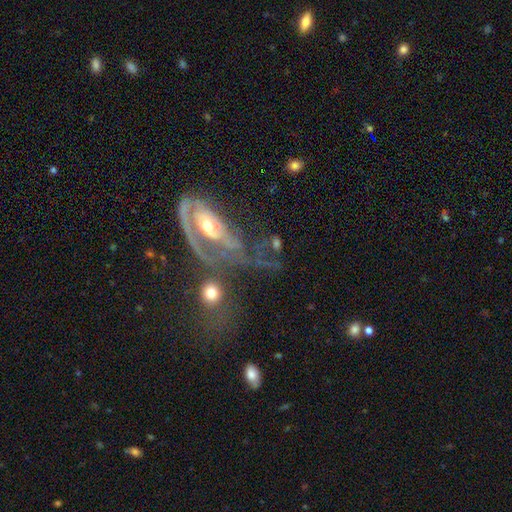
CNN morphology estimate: Smooth or featured: featured or disk — 73% (smooth — 16%)
Edge-on disk: no — 89% (yes — 11%)
Bar: no — 55% (weak — 29%)
Spiral arms: yes — 75% (no — 25%)
Bulge size: moderate — 56% (small — 35%)
Merging: major disturbance — 30% (tied with merger — 30%)